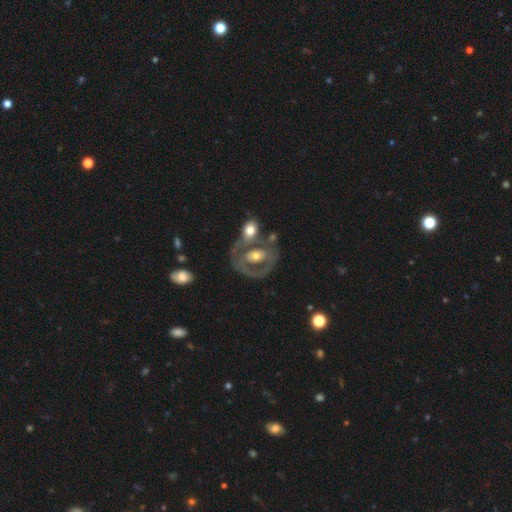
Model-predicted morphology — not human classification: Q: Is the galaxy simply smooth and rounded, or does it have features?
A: featured or disk — 66%.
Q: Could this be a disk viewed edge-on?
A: no — 95%.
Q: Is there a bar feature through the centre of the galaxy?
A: no — 74%.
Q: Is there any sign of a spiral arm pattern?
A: no — 68%.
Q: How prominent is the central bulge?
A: moderate — 67%.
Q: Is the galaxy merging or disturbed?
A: none — 40%.